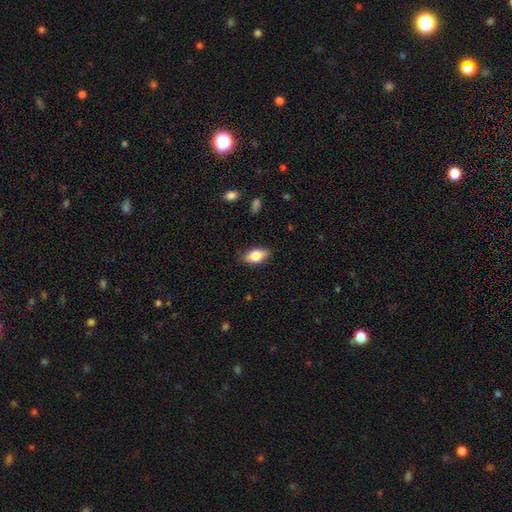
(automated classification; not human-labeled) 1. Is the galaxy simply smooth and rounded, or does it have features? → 73% smooth, 20% featured or disk, 7% star or artifact.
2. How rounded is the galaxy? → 87% in between, 7% round, 6% cigar-shaped.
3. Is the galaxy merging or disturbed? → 82% none, 14% minor disturbance, 3% major disturbance, 1% merger.